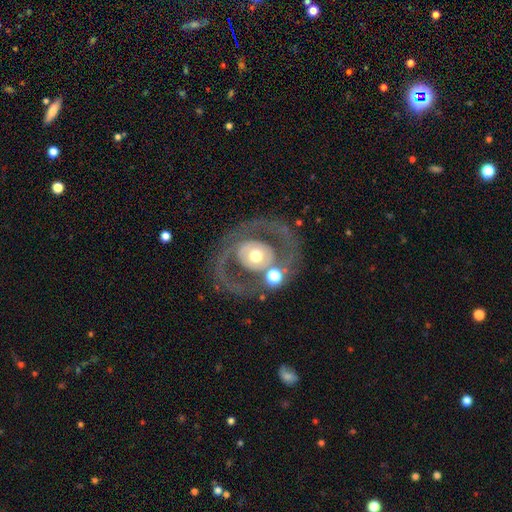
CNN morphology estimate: A featured or disk galaxy (66%) with no bar (82%), no spiral arms (68%) and a moderate central bulge (65%).

Vote fractions:
- Smooth or featured? featured or disk: 66% / smooth: 27% / star or artifact: 7%
- Edge-on disk? no: 95% / yes: 5%
- Bar? no: 82% / weak: 12% / strong: 6%
- Spiral arms? no: 68% / yes: 32%
- Bulge size? moderate: 65% / large: 22% / small: 9% / dominant: 3% / none: 1%
- Merging? none: 65% / major disturbance: 14% / minor disturbance: 13% / merger: 8%